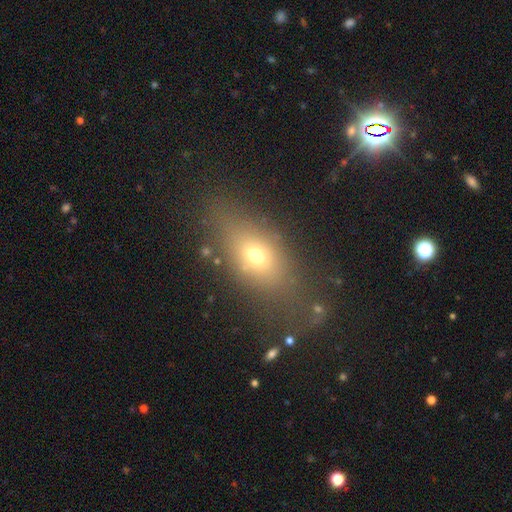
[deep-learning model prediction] Smooth or featured? Predicted: smooth (p=0.63). How rounded? Predicted: in between (p=0.73). Merging? Predicted: none (p=0.73).